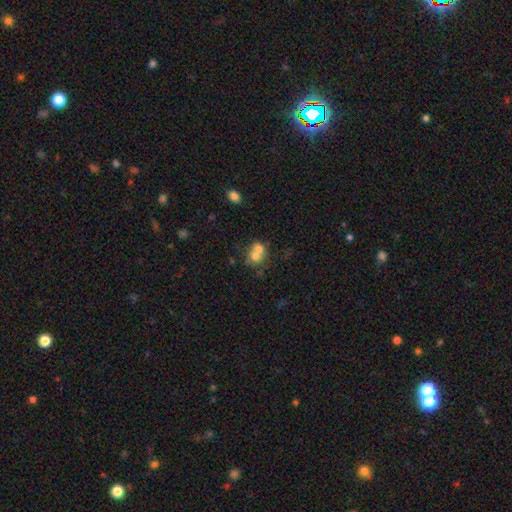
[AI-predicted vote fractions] Morphology: type=smooth (68%); roundness=round (71%); merging=merger (64%).